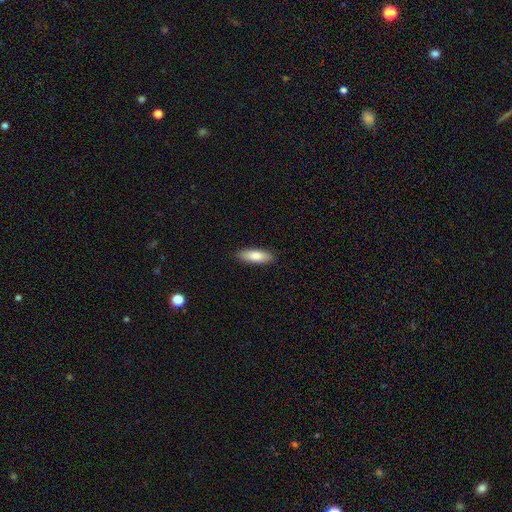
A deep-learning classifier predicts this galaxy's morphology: type=smooth (79%); roundness=in between (63%); merging=none (90%).